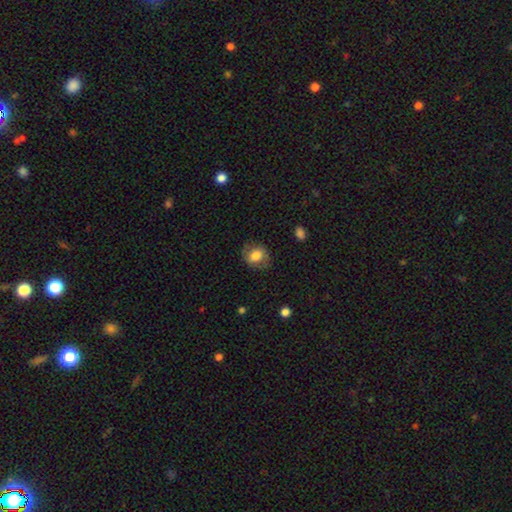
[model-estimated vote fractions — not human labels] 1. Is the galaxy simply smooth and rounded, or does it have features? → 74% smooth, 18% featured or disk, 8% star or artifact.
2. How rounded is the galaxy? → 54% round, 45% in between, 1% cigar-shaped.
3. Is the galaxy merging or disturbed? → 75% none, 17% minor disturbance, 7% major disturbance, 1% merger.